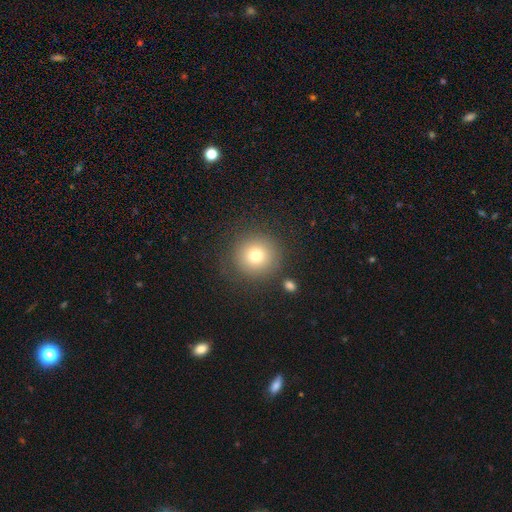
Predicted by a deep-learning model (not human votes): smooth_or_featured: smooth (p=0.75) [alt: star or artifact p=0.13]
how_rounded: round (p=0.94) [alt: in between p=0.05]
merging: none (p=0.83) [alt: minor disturbance p=0.09]